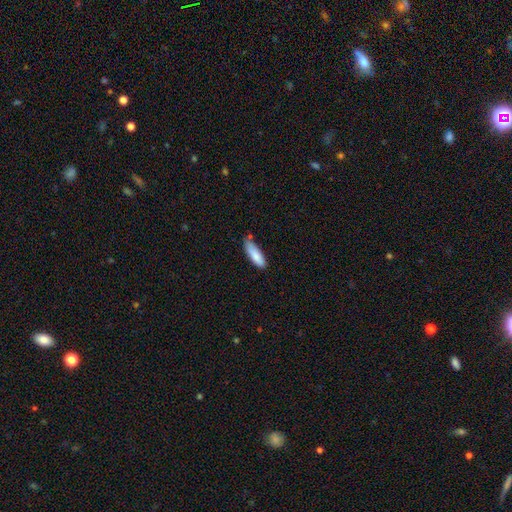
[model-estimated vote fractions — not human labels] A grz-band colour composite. It shows a smooth galaxy with no disk features (85%) that is in between round and cigar-shaped (50%). Merging: none (63%).